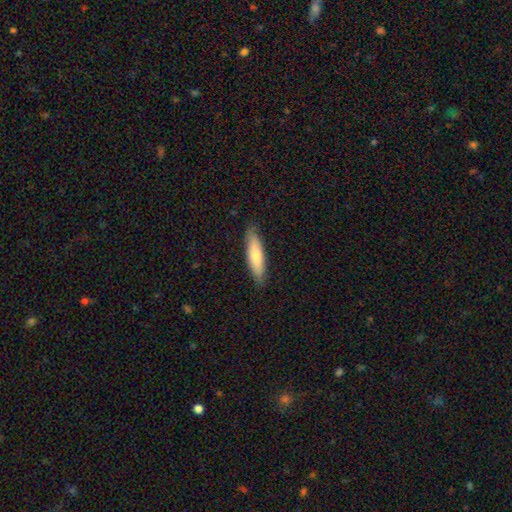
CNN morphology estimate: smooth_or_featured: smooth (p=0.71) [alt: featured or disk p=0.23]
how_rounded: cigar-shaped (p=0.67) [alt: in between p=0.32]
merging: none (p=0.83) [alt: minor disturbance p=0.13]